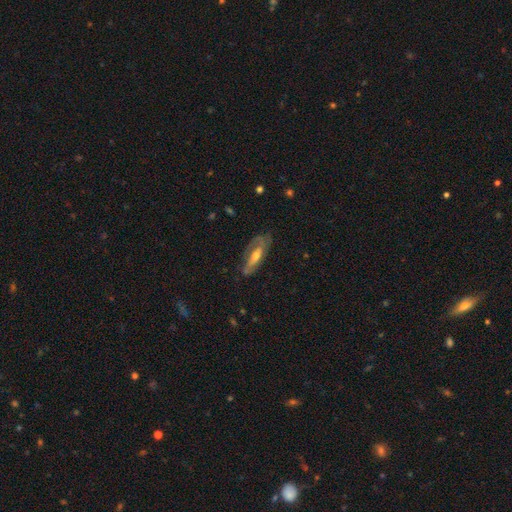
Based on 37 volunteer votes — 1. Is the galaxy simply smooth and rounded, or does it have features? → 84% featured or disk, 14% smooth, 3% star or artifact.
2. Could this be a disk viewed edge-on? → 90% no, 10% yes.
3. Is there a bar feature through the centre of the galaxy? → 39% no, 36% weak, 25% strong.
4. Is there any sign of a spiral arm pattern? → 86% yes, 14% no.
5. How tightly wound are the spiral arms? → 42% tight, 29% medium, 29% loose.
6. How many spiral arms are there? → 42% 2 (tied), 42% can't tell (tied), 8% 1, 8% 3, 0% 4, 0% more than 4.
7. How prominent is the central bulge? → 54% moderate, 32% small, 14% large, 0% dominant, 0% none.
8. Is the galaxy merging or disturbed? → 58% none, 25% major disturbance, 17% minor disturbance, 0% merger.